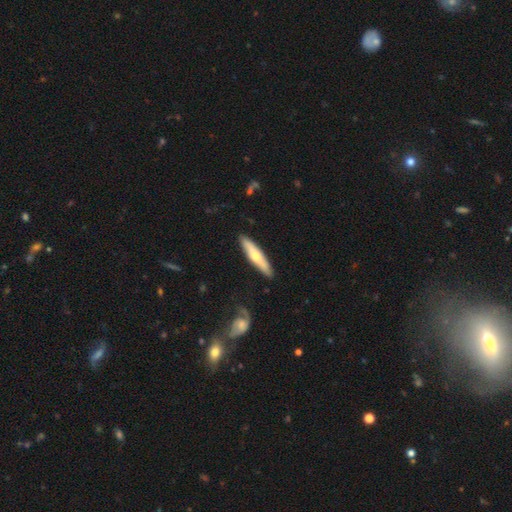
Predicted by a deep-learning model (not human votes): Morphology: type=smooth (55%); roundness=cigar-shaped (83%); merging=none (87%).